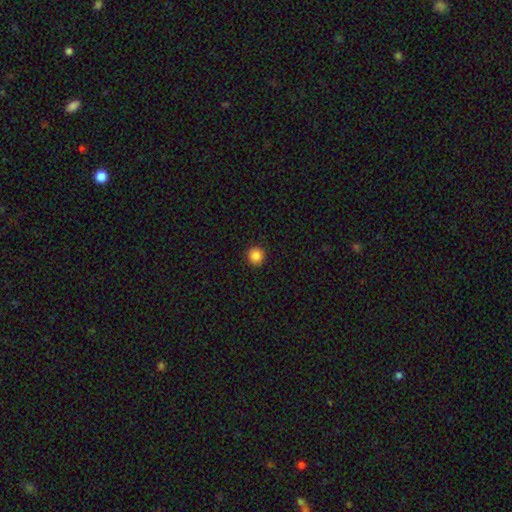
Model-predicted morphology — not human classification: Overall: smooth (86%). How rounded: round (95%). Merging: none (93%).